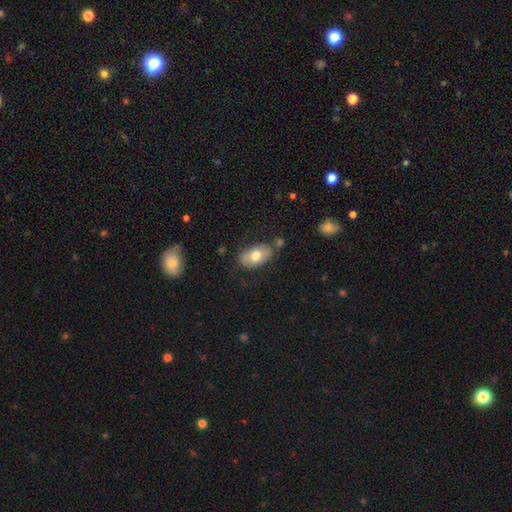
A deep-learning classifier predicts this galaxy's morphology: smooth 70%, featured or disk 23%, star or artifact 6%. Down the decision tree: how rounded — in between (91%); merging — none (71%).